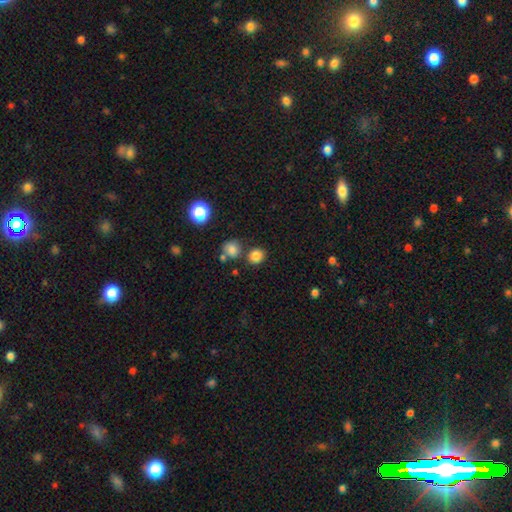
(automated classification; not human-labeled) smooth 82%, star or artifact 13%, featured or disk 6%. Down the decision tree: how rounded — round (79%); merging — none (76%).